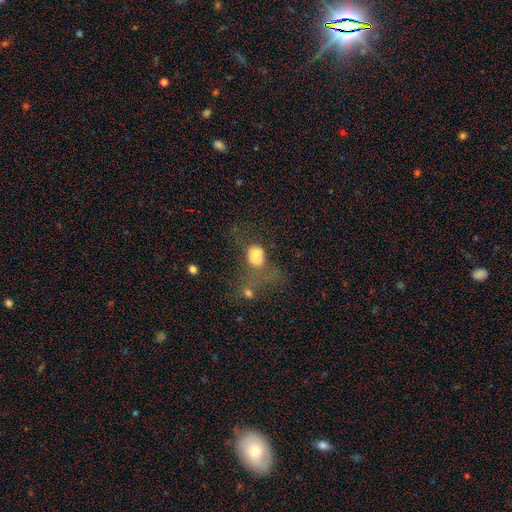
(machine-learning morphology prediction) smooth 72%, featured or disk 15%, star or artifact 12%. Down the decision tree: how rounded — in between (59%); merging — major disturbance (37%).